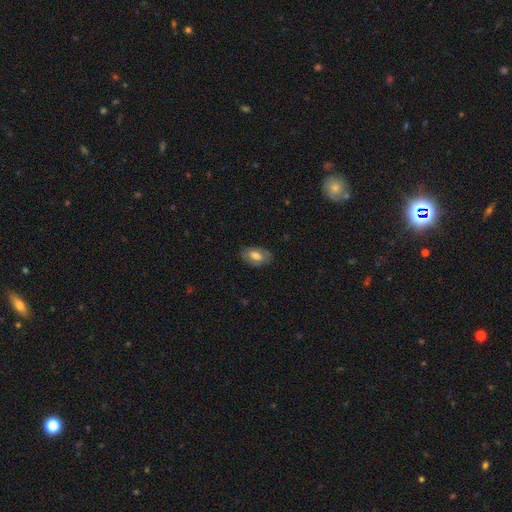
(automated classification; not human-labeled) Smooth or featured? smooth (63%)
How rounded? in between (91%)
Merging? none (79%)